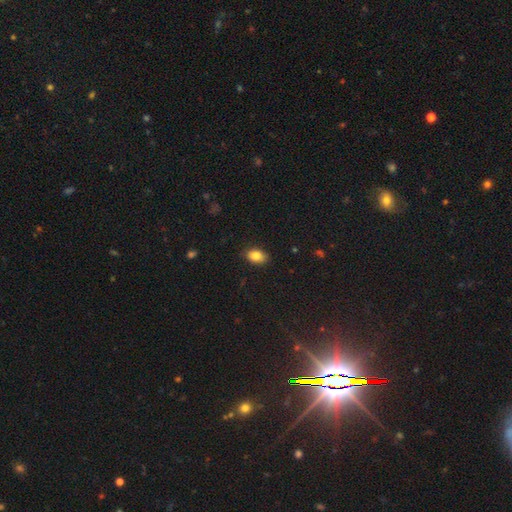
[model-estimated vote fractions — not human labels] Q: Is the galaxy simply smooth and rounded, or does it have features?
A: smooth — 84%.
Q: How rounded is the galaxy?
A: in between — 86%.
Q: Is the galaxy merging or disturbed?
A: none — 87%.